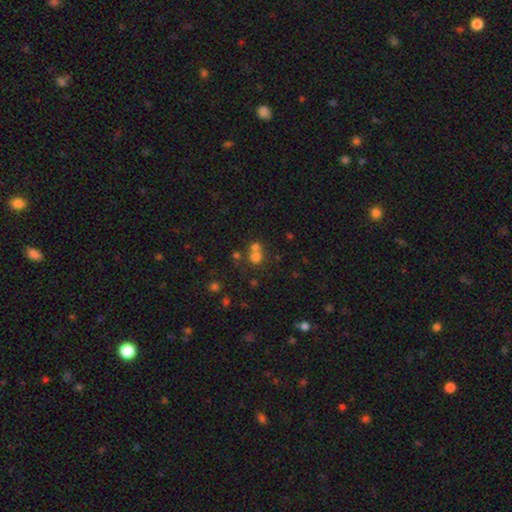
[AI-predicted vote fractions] Smooth or featured? Predicted: smooth (p=0.66). How rounded? Predicted: round (p=0.84). Merging? Predicted: merger (p=0.48).